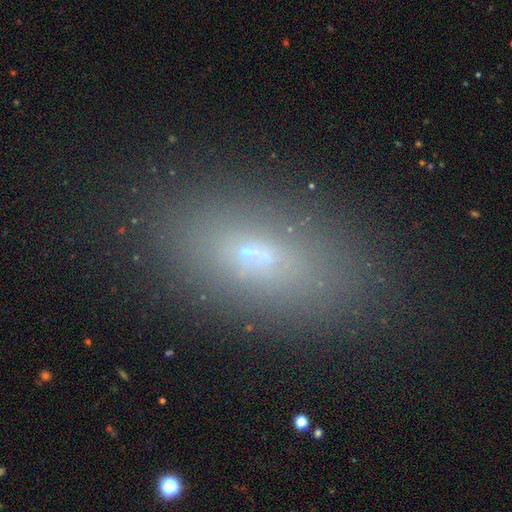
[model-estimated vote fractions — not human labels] Smooth or featured?
  - smooth: 56% *
  - featured or disk: 24%
  - star or artifact: 20%
How rounded?
  - in between: 80% *
  - cigar-shaped: 12%
  - round: 7%
Merging?
  - none: 76% *
  - minor disturbance: 12%
  - merger: 6%
  - major disturbance: 5%